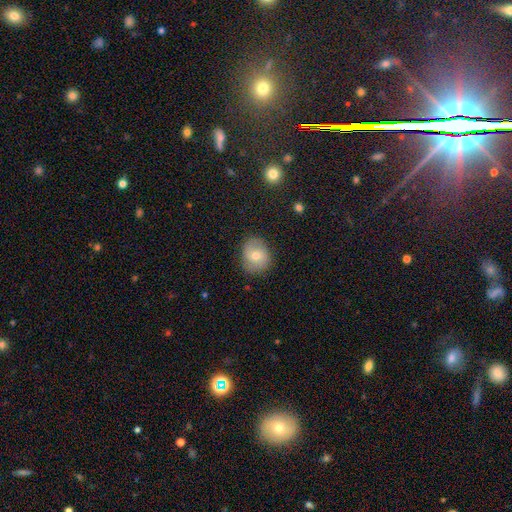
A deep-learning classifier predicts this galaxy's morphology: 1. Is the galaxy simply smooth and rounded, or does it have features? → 59% smooth, 33% featured or disk, 9% star or artifact.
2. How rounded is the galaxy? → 67% round, 32% in between, 1% cigar-shaped.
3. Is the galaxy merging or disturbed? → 80% none, 15% minor disturbance, 4% major disturbance, 1% merger.